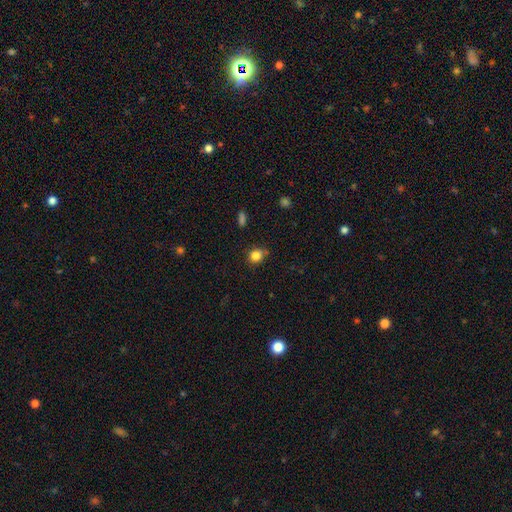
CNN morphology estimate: Smooth or featured?
  - smooth: 82% *
  - star or artifact: 12%
  - featured or disk: 6%
How rounded?
  - round: 77% *
  - in between: 22%
  - cigar-shaped: 1%
Merging?
  - none: 71% *
  - minor disturbance: 20%
  - merger: 5%
  - major disturbance: 4%